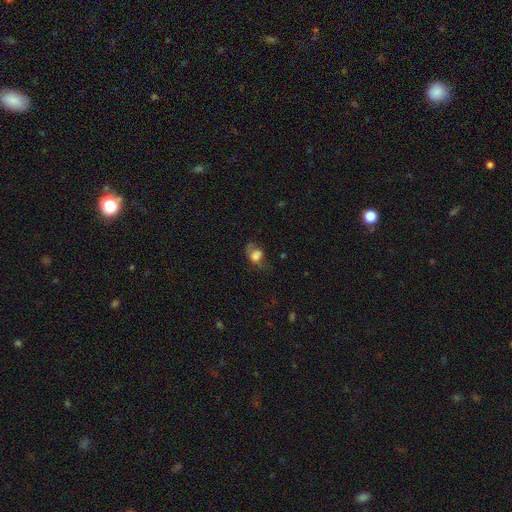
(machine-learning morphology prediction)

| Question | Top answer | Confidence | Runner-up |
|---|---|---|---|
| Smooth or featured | smooth | 68% | featured or disk (21%) |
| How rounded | in between | 55% | round (44%) |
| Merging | none | 36% | major disturbance (34%) |